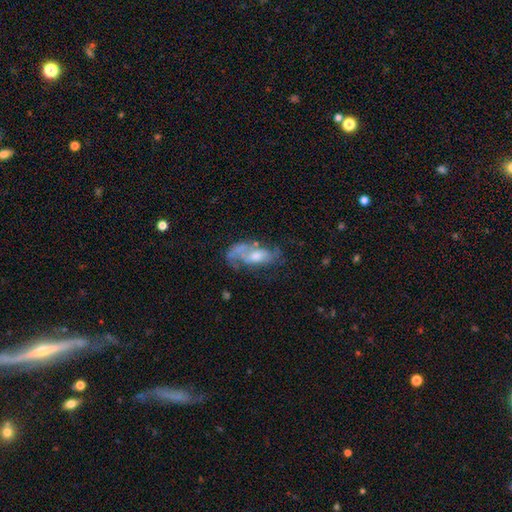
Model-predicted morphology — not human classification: smooth_or_featured: featured or disk (p=0.67) [alt: smooth p=0.25]
disk_edge_on: no (p=0.90) [alt: yes p=0.10]
bar: no (p=0.66) [alt: weak p=0.28]
has_spiral_arms: yes (p=0.71) [alt: no p=0.29]
bulge_size: moderate (p=0.53) [alt: small p=0.27]
merging: none (p=0.40) [alt: major disturbance p=0.31]